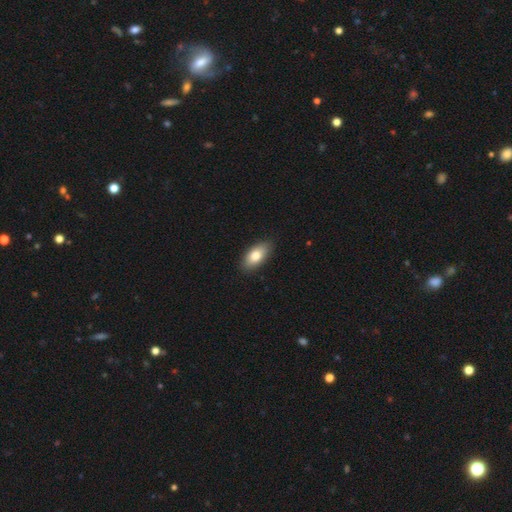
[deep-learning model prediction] A smooth galaxy with no disk features (79%) that is in between round and cigar-shaped (92%). Merging: none (88%).